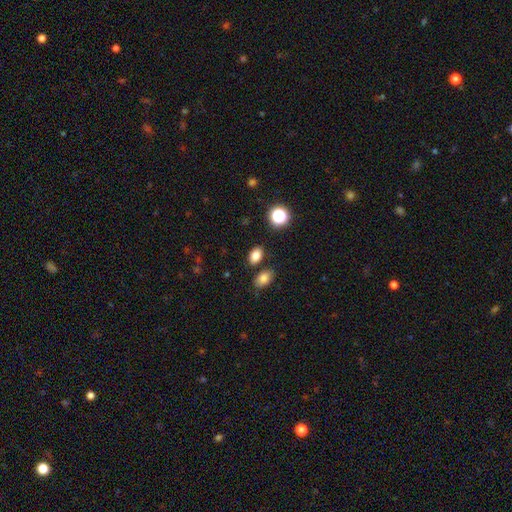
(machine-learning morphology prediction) Smooth or featured: smooth — 82% (star or artifact — 12%)
How rounded: in between — 83% (round — 15%)
Merging: none — 80% (minor disturbance — 10%)